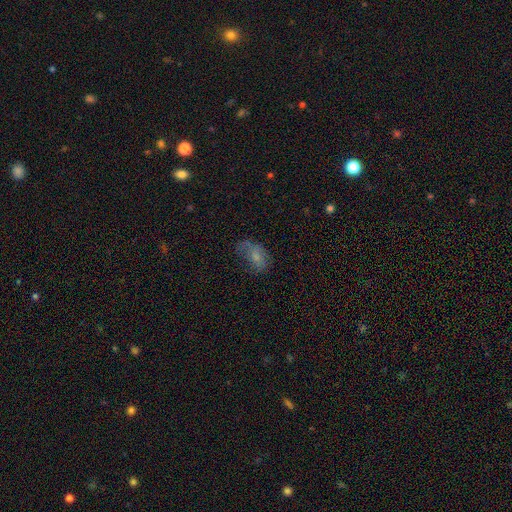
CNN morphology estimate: Q: Smooth or featured?
A: smooth (64%); runner-up: featured or disk (23%)
Q: How rounded?
A: in between (86%); runner-up: round (11%)
Q: Merging?
A: none (36%); runner-up: major disturbance (31%)